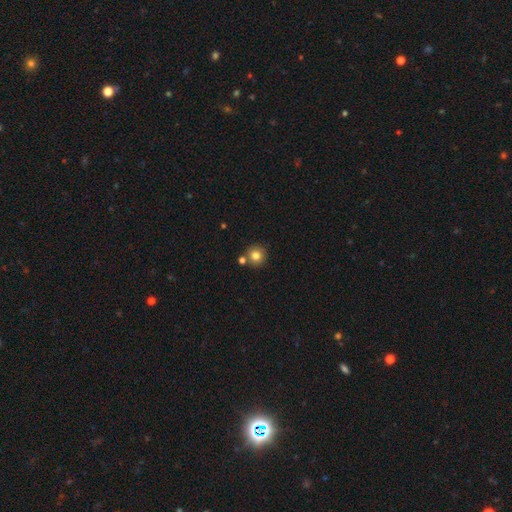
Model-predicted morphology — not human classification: Overall: smooth (81%). How rounded: round (93%). Merging: none (76%).